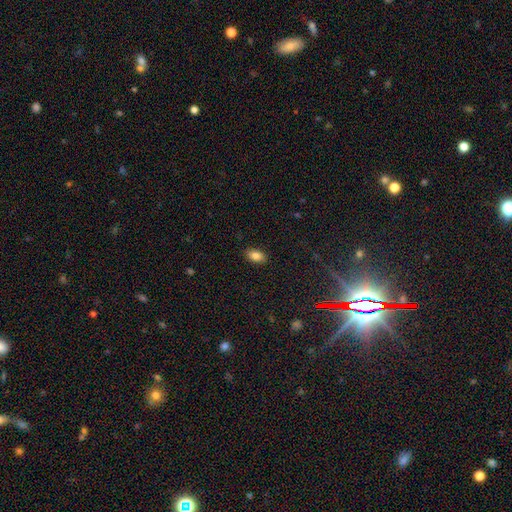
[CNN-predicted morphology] smooth_or_featured: smooth (p=0.85) [alt: star or artifact p=0.09]
how_rounded: in between (p=0.91) [alt: round p=0.05]
merging: none (p=0.88) [alt: minor disturbance p=0.09]